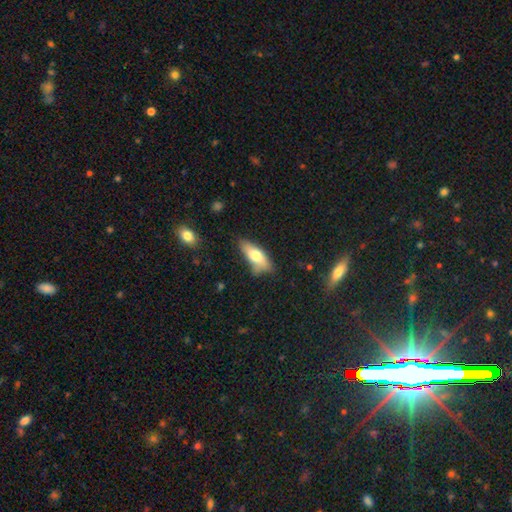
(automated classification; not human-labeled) The model was most divided on "merging": none: 60%, minor disturbance: 27%, major disturbance: 8%, merger: 5%. More confident: how rounded — in between (70%); smooth or featured — smooth (68%).